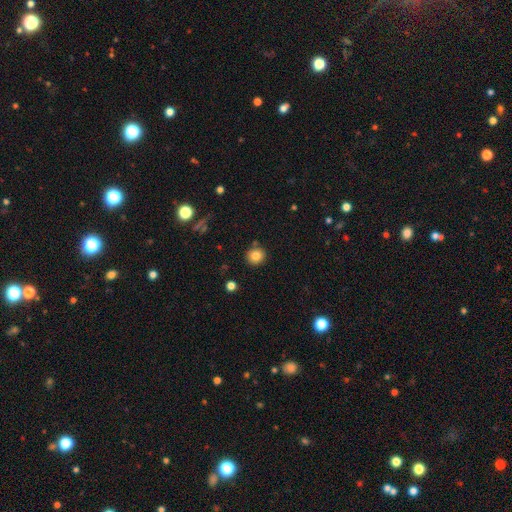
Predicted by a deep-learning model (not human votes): Smooth or featured: smooth — 83% (star or artifact — 11%)
How rounded: round — 91% (in between — 8%)
Merging: none — 85% (minor disturbance — 8%)